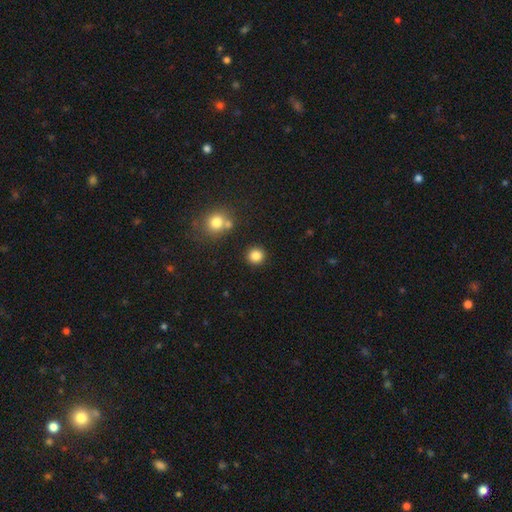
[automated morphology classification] smooth-or-featured: smooth: 85% | star or artifact: 11% | featured or disk: 4%
  how-rounded: round: 93% | in between: 6% | cigar-shaped: 1%
  merging: none: 89% | minor disturbance: 5% | merger: 3% | major disturbance: 2%